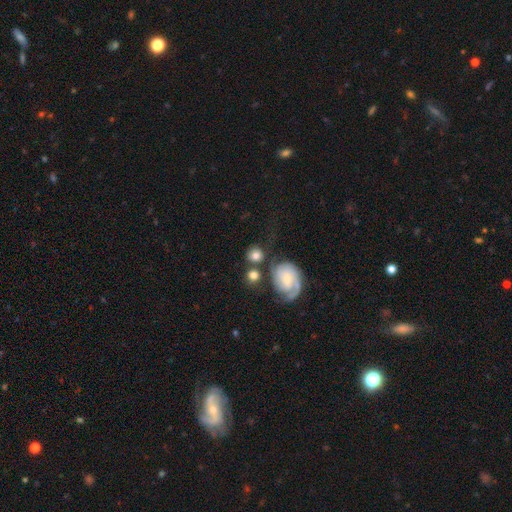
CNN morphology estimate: smooth 66%, featured or disk 26%, star or artifact 8%. Down the decision tree: how rounded — round (84%); merging — none (62%).